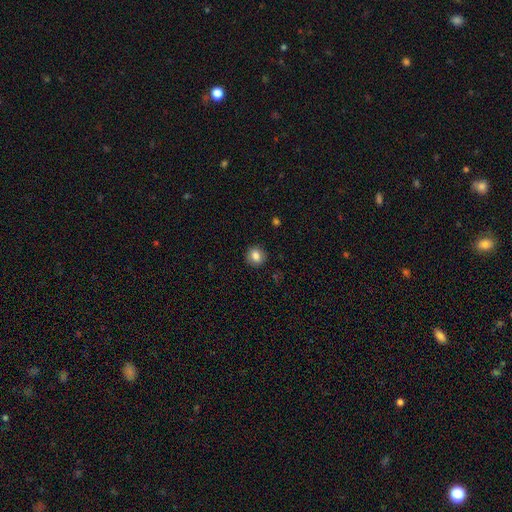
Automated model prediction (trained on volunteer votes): smooth 83%, star or artifact 10%, featured or disk 7%. Down the decision tree: how rounded — round (83%); merging — none (90%).